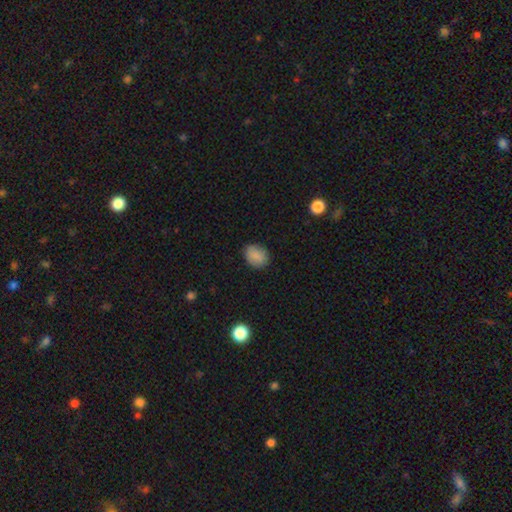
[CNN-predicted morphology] smooth-or-featured: smooth: 86% | star or artifact: 9% | featured or disk: 5%
  how-rounded: in between: 54% | round: 45% | cigar-shaped: 1%
  merging: none: 82% | minor disturbance: 14% | major disturbance: 3% | merger: 1%